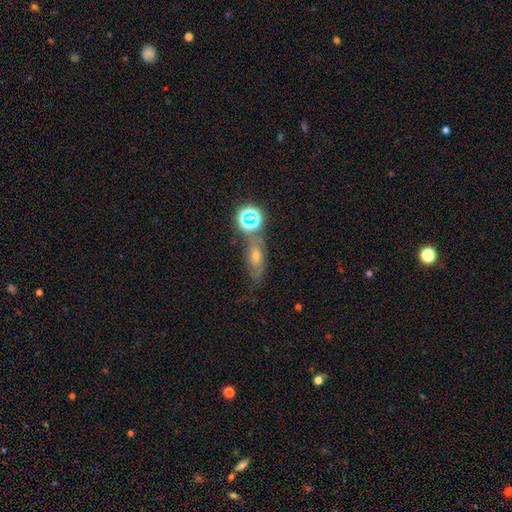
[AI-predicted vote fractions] smooth_or_featured: star or artifact (p=0.35) [alt: featured or disk p=0.33]